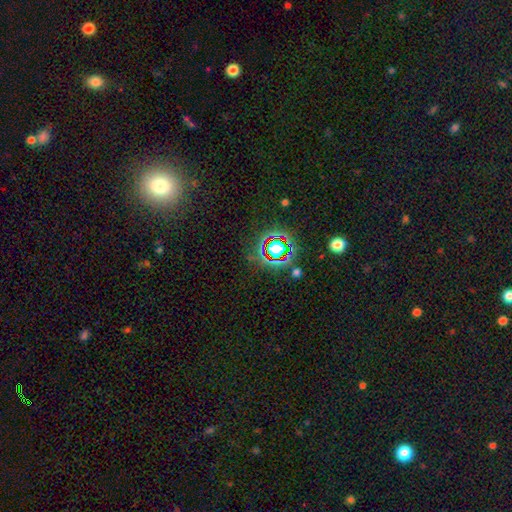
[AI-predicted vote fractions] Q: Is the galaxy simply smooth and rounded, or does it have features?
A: star or artifact — 68%.